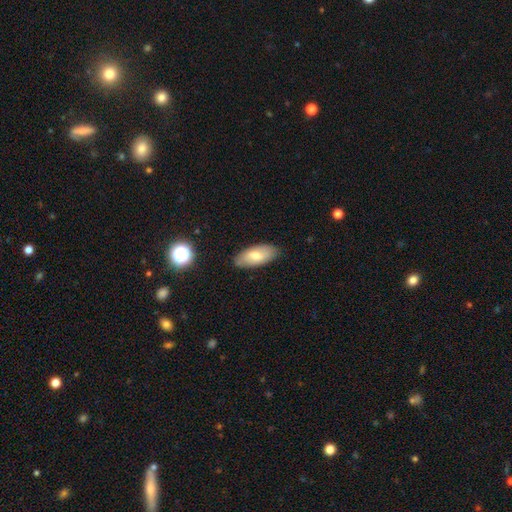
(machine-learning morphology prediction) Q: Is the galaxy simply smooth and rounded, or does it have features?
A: smooth — 69%.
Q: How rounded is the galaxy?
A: in between — 89%.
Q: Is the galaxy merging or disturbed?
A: none — 83%.